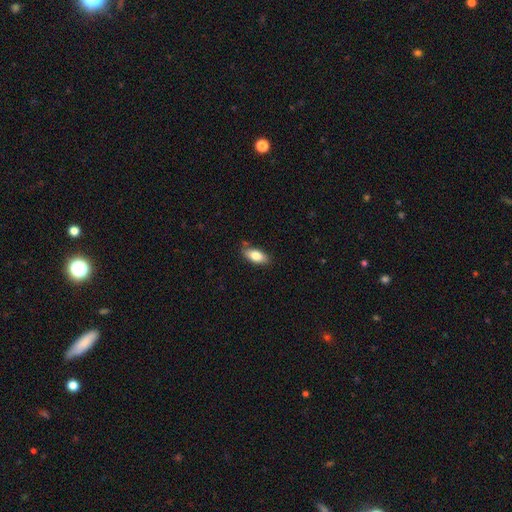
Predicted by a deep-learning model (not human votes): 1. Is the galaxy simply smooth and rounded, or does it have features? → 80% smooth, 13% featured or disk, 7% star or artifact.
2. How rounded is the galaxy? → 86% in between, 11% cigar-shaped, 3% round.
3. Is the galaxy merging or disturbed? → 79% none, 15% minor disturbance, 3% merger, 3% major disturbance.